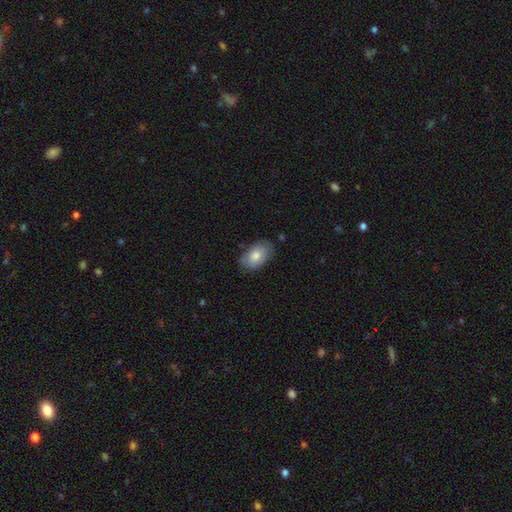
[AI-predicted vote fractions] The model was most divided on "smooth or featured": smooth: 75%, featured or disk: 18%, star or artifact: 7%. More confident: how rounded — in between (91%); merging — none (77%).